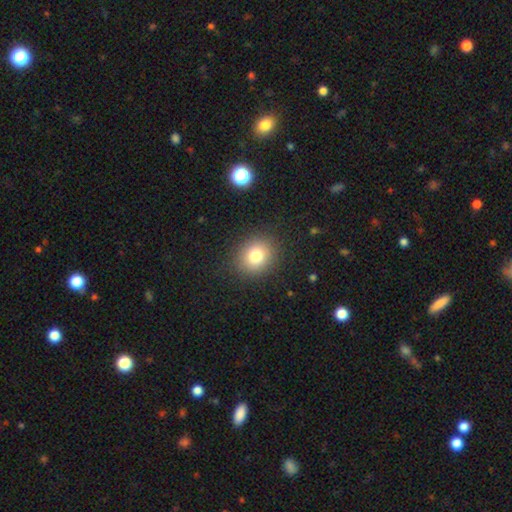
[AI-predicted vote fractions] smooth_or_featured: smooth (p=0.78) [alt: star or artifact p=0.13]
how_rounded: round (p=0.73) [alt: in between p=0.26]
merging: none (p=0.88) [alt: minor disturbance p=0.07]